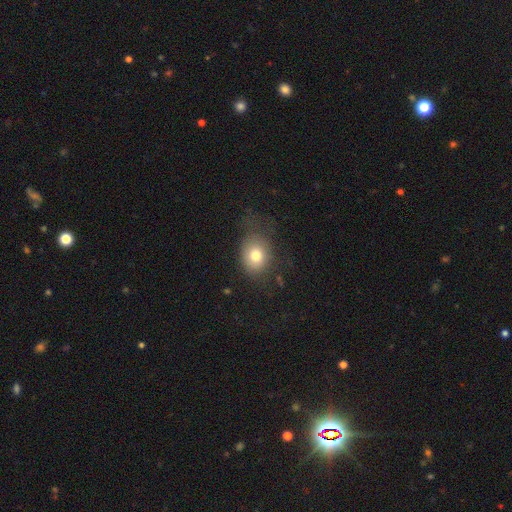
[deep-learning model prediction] A smooth galaxy with no disk features (75%) that is round (52%). Merging: none (60%).